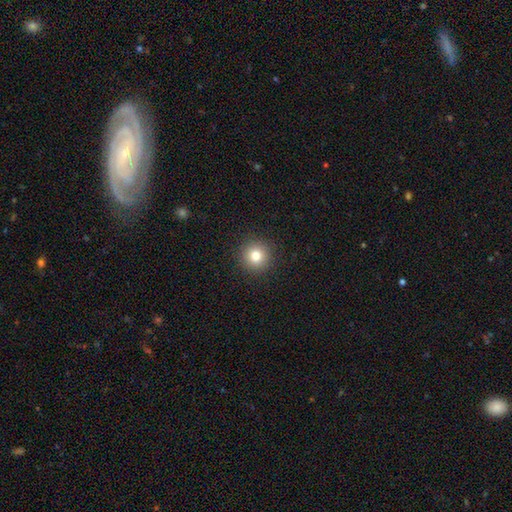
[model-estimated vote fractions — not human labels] A smooth galaxy with no disk features (80%) that is round (95%).

Vote fractions:
- Smooth or featured? smooth: 80% / star or artifact: 12% / featured or disk: 8%
- How rounded? round: 95% / in between: 4% / cigar-shaped: 1%
- Merging? none: 92% / minor disturbance: 5% / major disturbance: 2% / merger: 1%